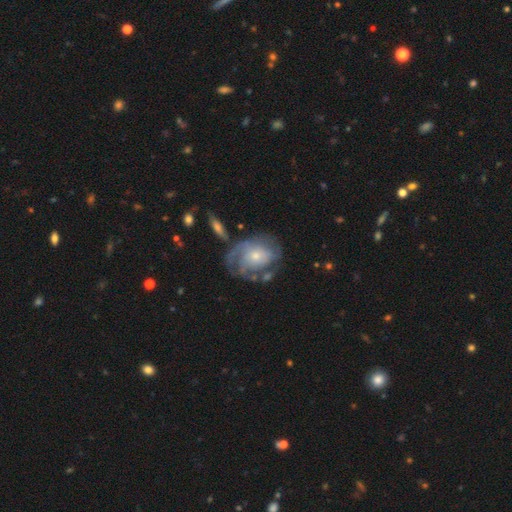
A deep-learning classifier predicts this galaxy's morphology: type=featured or disk (71%); edge-on=no (97%); bar=no (77%); spiral arms=yes (81%); winding=tight (49%); arm count=can't tell (45%); bulge=small (56%); merging=none (49%).